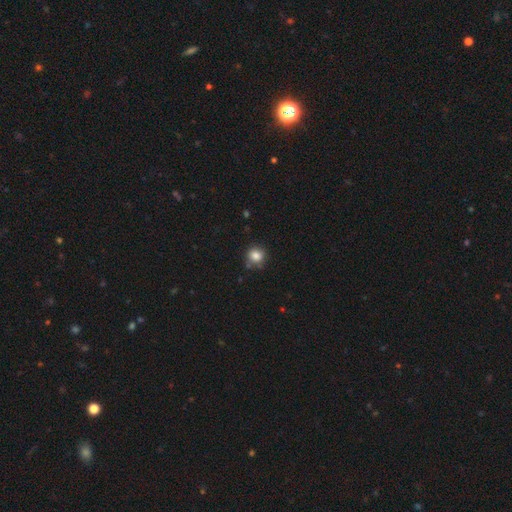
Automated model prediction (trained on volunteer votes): Overall: smooth (84%). How rounded: round (89%). Merging: none (77%).